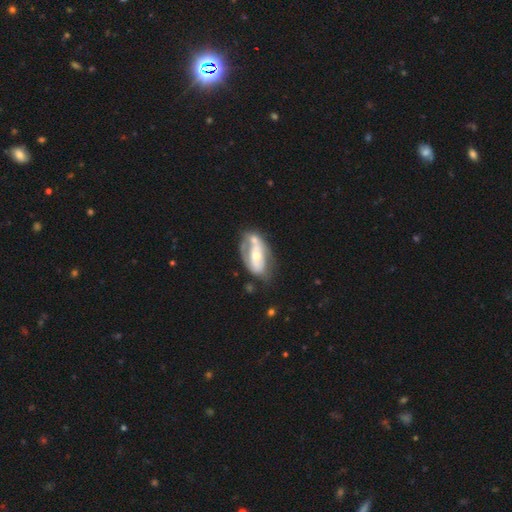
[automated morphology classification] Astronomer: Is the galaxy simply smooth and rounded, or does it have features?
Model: featured or disk — 66%.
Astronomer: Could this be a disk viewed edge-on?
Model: no — 92%.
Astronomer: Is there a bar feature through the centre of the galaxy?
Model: no — 54%.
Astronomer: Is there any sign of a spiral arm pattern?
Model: no — 51% (runner-up: yes, 49%).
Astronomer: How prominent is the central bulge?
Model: moderate — 55% (runner-up: small, 38%).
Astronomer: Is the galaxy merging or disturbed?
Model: none — 40% (runner-up: minor disturbance, 25%).